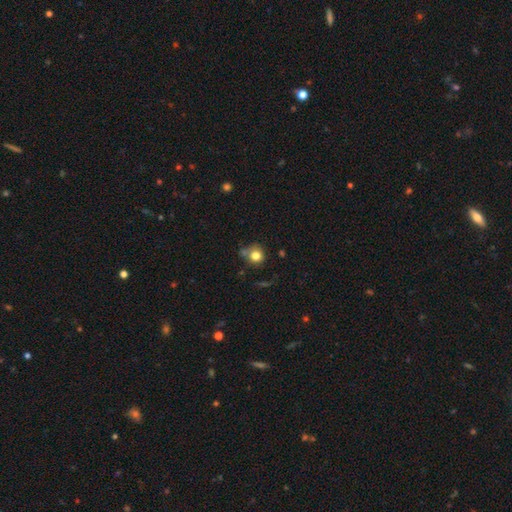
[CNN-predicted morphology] This is likely a smooth galaxy (80%). How rounded: clearly round (85%). Merging: likely none (64%).